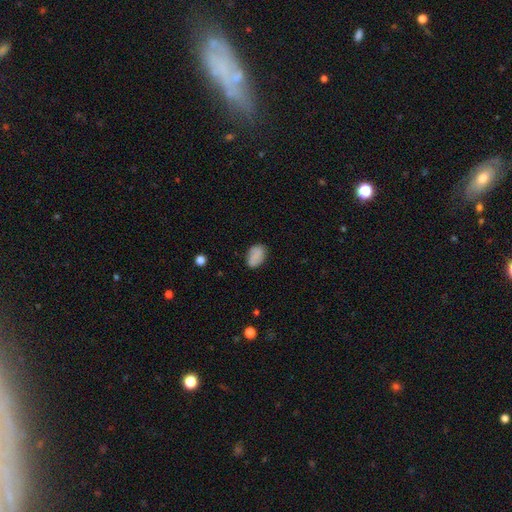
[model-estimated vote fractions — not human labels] A smooth galaxy with no disk features (78%) that is in between round and cigar-shaped (85%). Merging: none (76%).